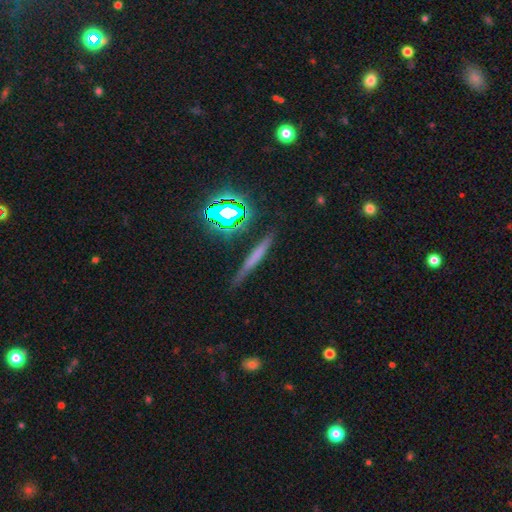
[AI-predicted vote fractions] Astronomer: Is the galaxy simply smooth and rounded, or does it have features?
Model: smooth — 47% (runner-up: featured or disk, 33%).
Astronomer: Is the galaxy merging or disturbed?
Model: none — 78%.